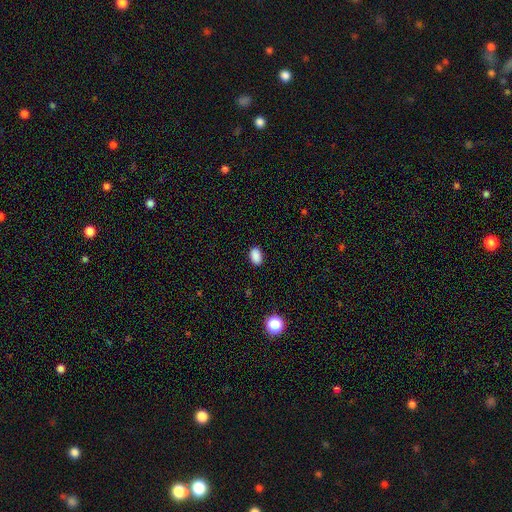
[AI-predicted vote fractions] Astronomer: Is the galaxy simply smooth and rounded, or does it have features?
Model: smooth — 88%.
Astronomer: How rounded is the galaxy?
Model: in between — 86%.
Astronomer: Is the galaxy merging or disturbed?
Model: none — 88%.